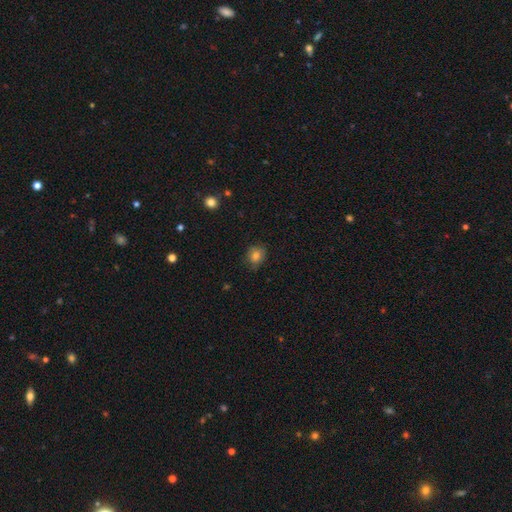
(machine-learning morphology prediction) type=smooth (79%); roundness=round (73%); merging=none (76%).